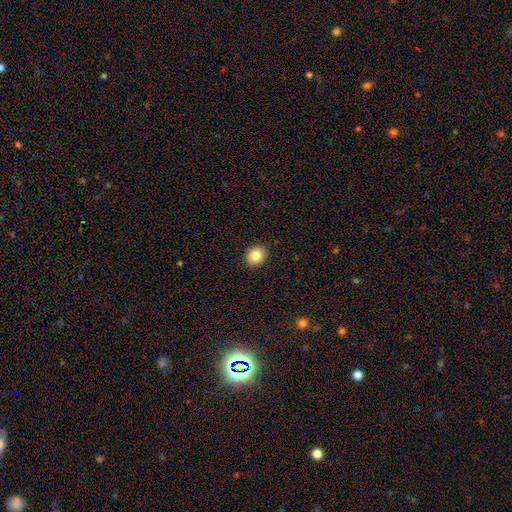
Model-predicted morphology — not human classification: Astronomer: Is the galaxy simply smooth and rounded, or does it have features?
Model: smooth — 84%.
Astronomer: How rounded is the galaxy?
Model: round — 64%.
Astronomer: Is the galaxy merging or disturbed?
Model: none — 92%.